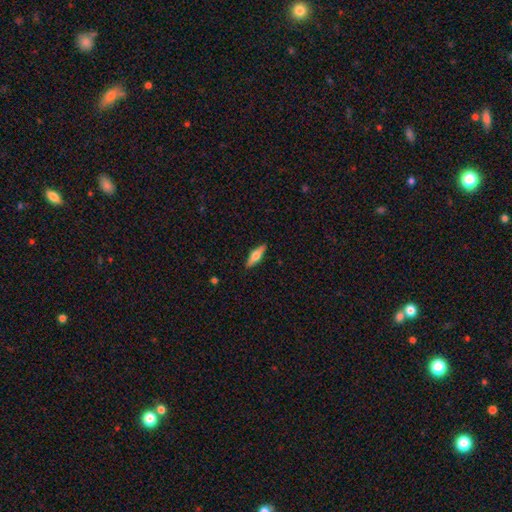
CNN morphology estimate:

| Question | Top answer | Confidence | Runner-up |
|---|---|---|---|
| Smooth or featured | featured or disk | 49% | smooth (45%) |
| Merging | none | 90% | minor disturbance (7%) |